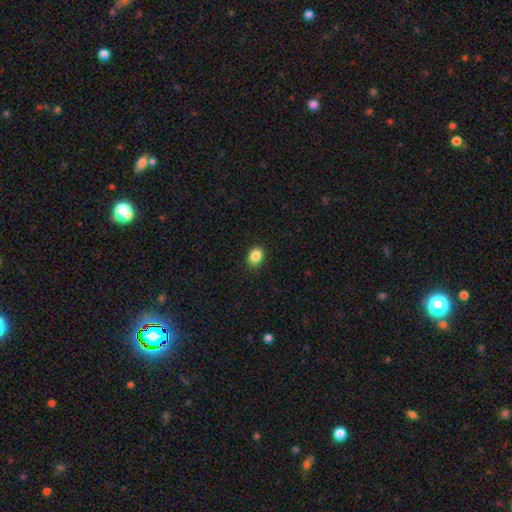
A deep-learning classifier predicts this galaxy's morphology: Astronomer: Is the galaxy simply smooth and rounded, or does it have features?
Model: smooth — 86%.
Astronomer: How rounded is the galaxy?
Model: in between — 59% (runner-up: round, 40%).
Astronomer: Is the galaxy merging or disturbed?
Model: none — 88%.